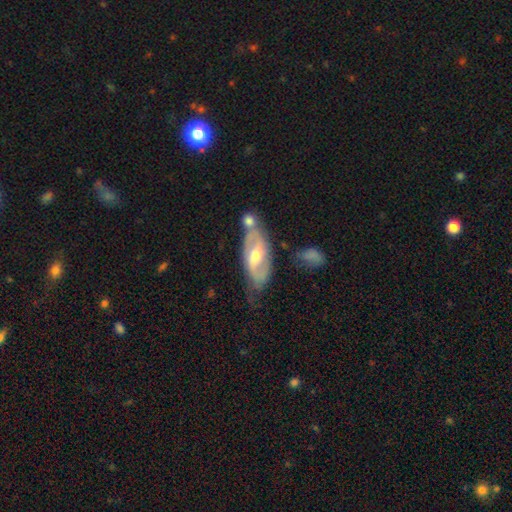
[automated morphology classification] This appears to be a featured or disk galaxy (74%) with a weak bar (45%), 2 (82%) medium (45%) spiral arms (85%) and a moderate central bulge (62%). Merging: none (52%).